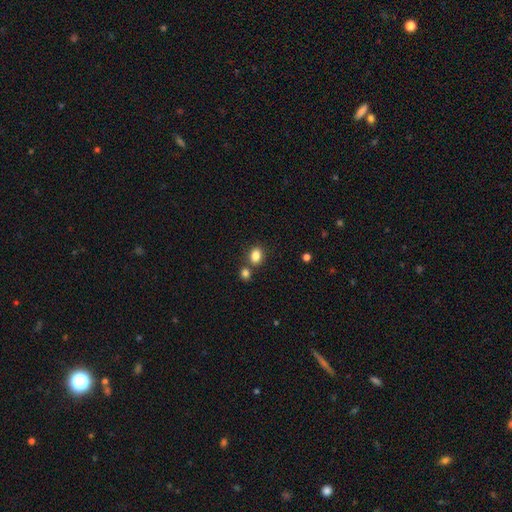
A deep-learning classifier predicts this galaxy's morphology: A smooth galaxy with no disk features (84%) that is in between round and cigar-shaped (57%). Merging: none (67%).